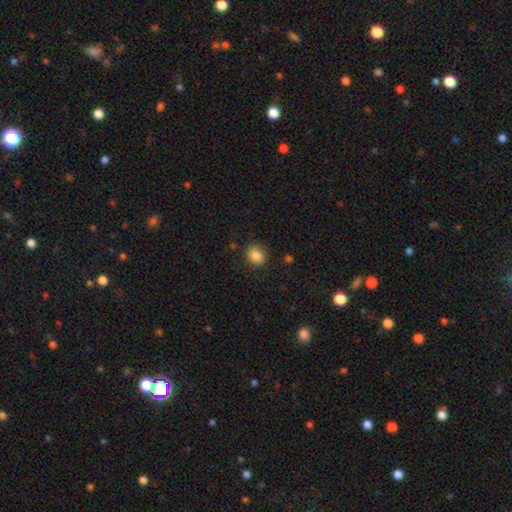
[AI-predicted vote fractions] A smooth galaxy with no disk features (86%) that is round (65%). Merging: none (85%).